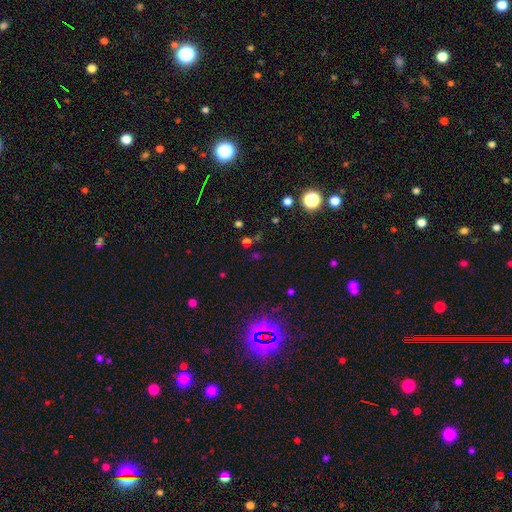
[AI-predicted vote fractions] Smooth or featured? Predicted: star or artifact (p=0.59).